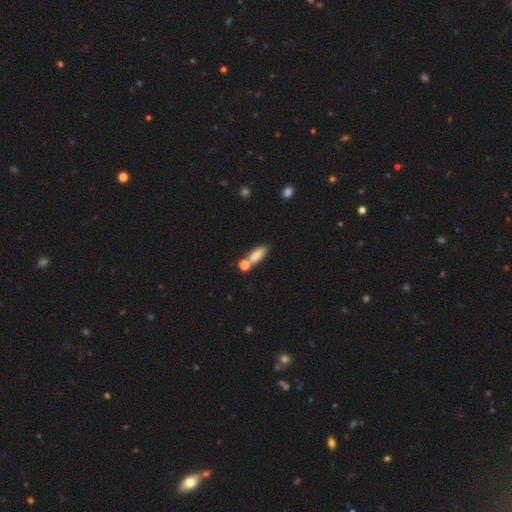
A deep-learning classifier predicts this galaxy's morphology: type=smooth (80%); roundness=in between (60%); merging=none (54%).